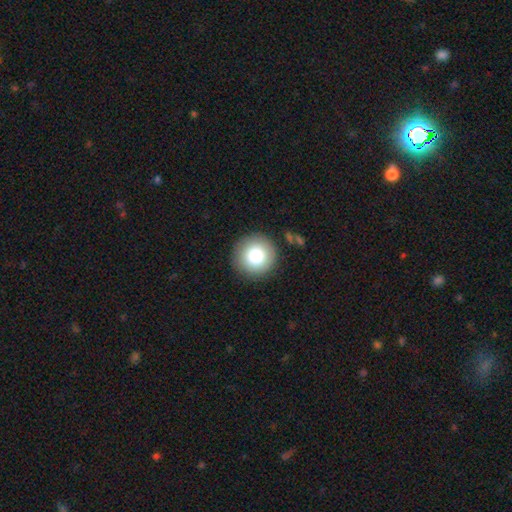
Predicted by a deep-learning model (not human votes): Smooth or featured?
  - smooth: 82% *
  - featured or disk: 9%
  - star or artifact: 9%
How rounded?
  - round: 96% *
  - in between: 3%
  - cigar-shaped: 1%
Merging?
  - none: 90% *
  - minor disturbance: 7%
  - major disturbance: 2%
  - merger: 1%